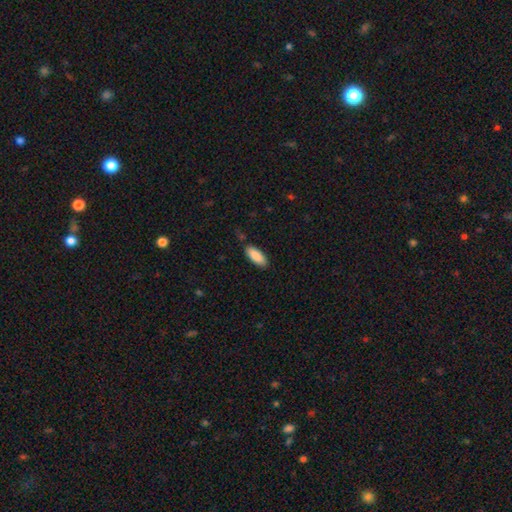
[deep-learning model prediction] Smooth or featured?
  - smooth: 88% *
  - star or artifact: 6%
  - featured or disk: 6%
How rounded?
  - in between: 78% *
  - cigar-shaped: 20%
  - round: 2%
Merging?
  - none: 85% *
  - minor disturbance: 11%
  - major disturbance: 2%
  - merger: 2%